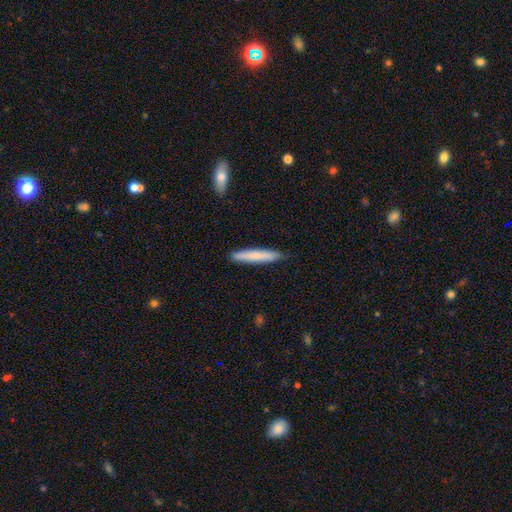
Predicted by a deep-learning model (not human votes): This appears to be a smooth galaxy with no disk features (74%) that is cigar-shaped (94%). Merging: none (88%).